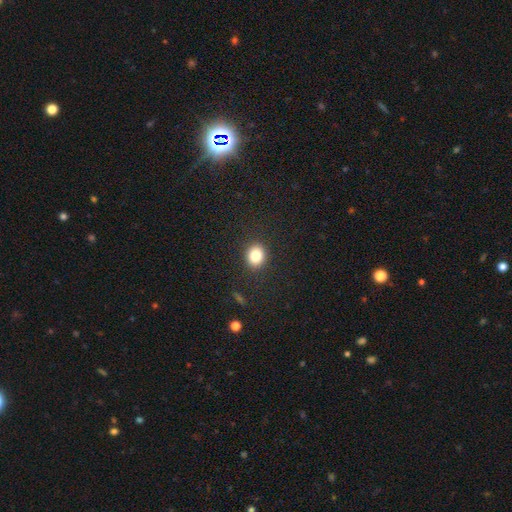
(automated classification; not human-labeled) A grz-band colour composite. It shows a smooth galaxy with no disk features (83%) that is round (66%). Merging: none (89%).